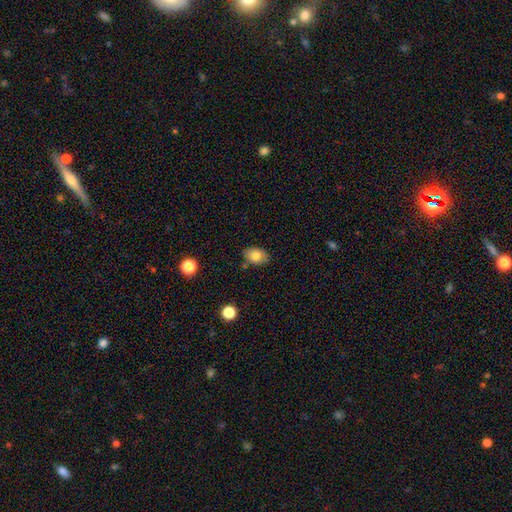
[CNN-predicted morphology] Smooth or featured?
  - smooth: 80% *
  - featured or disk: 12%
  - star or artifact: 8%
How rounded?
  - in between: 82% *
  - round: 17%
  - cigar-shaped: 1%
Merging?
  - none: 79% *
  - minor disturbance: 14%
  - merger: 4%
  - major disturbance: 3%